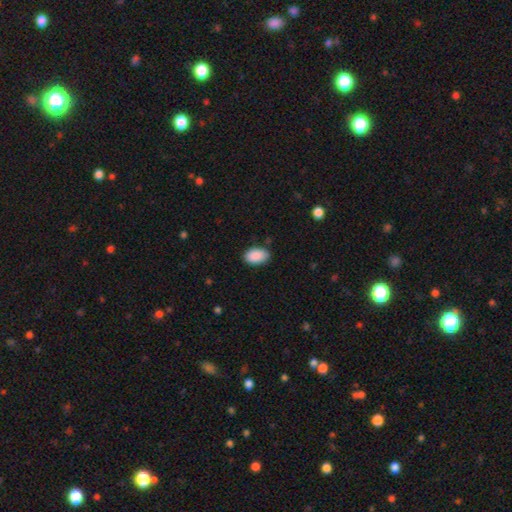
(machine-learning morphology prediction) type=smooth (90%); roundness=in between (92%); merging=none (84%).